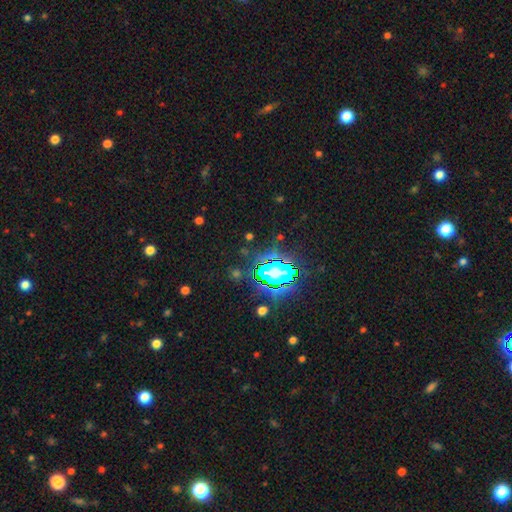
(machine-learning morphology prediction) smooth_or_featured: star or artifact (p=0.75) [alt: smooth p=0.15]